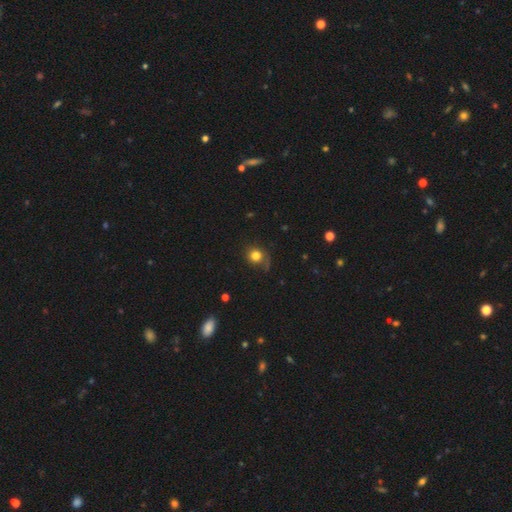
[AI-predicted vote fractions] Smooth or featured?
  - smooth: 78% *
  - star or artifact: 12%
  - featured or disk: 9%
How rounded?
  - round: 83% *
  - in between: 16%
  - cigar-shaped: 1%
Merging?
  - none: 67% *
  - minor disturbance: 21%
  - major disturbance: 10%
  - merger: 3%